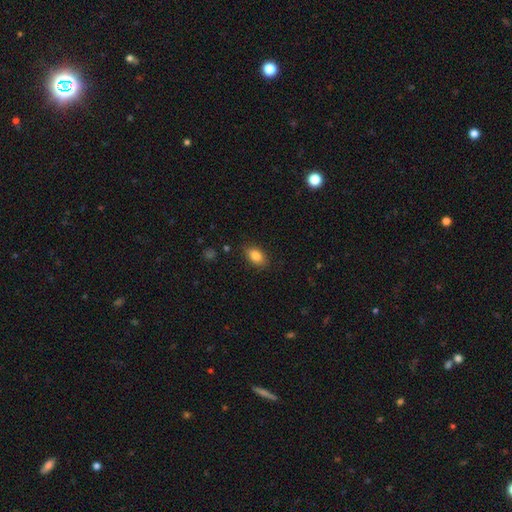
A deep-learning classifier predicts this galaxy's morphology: A smooth galaxy with no disk features (85%) that is in between round and cigar-shaped (89%).

Vote fractions:
- Smooth or featured? smooth: 85% / star or artifact: 8% / featured or disk: 7%
- How rounded? in between: 89% / round: 9% / cigar-shaped: 3%
- Merging? none: 86% / minor disturbance: 10% / major disturbance: 3% / merger: 1%